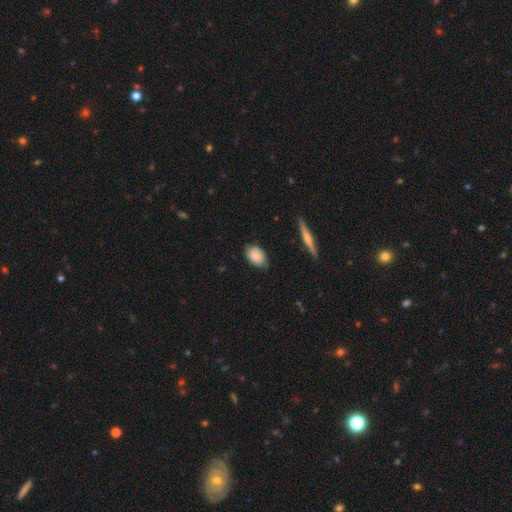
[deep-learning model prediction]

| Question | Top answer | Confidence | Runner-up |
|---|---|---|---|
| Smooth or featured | smooth | 78% | featured or disk (15%) |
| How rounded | in between | 83% | round (15%) |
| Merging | none | 71% | minor disturbance (24%) |